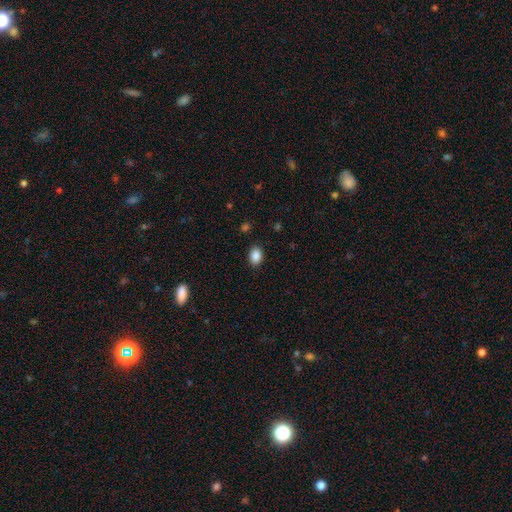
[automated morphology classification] A smooth galaxy with no disk features (87%) that is in between round and cigar-shaped (75%). Merging: none (88%).